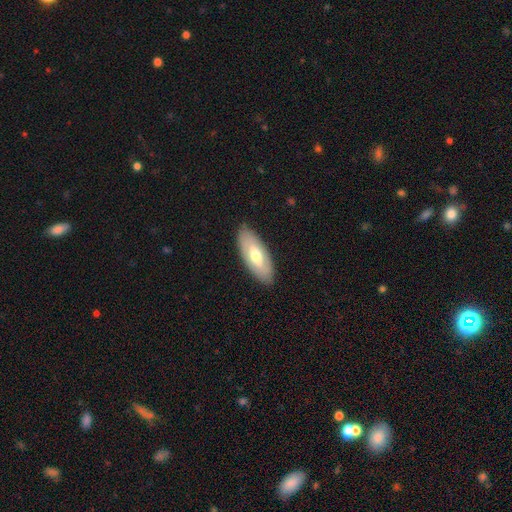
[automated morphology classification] smooth_or_featured: smooth (p=0.55) [alt: featured or disk p=0.40]
how_rounded: in between (p=0.82) [alt: cigar-shaped p=0.16]
merging: none (p=0.86) [alt: minor disturbance p=0.11]